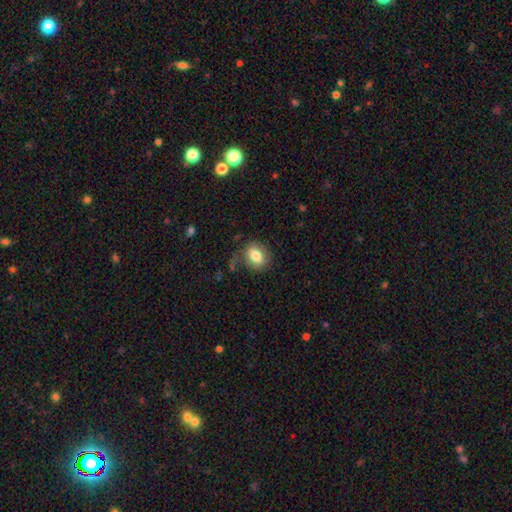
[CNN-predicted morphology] smooth-or-featured: smooth: 80% | featured or disk: 12% | star or artifact: 9%
  how-rounded: in between: 58% | round: 41% | cigar-shaped: 1%
  merging: none: 73% | minor disturbance: 17% | major disturbance: 7% | merger: 3%